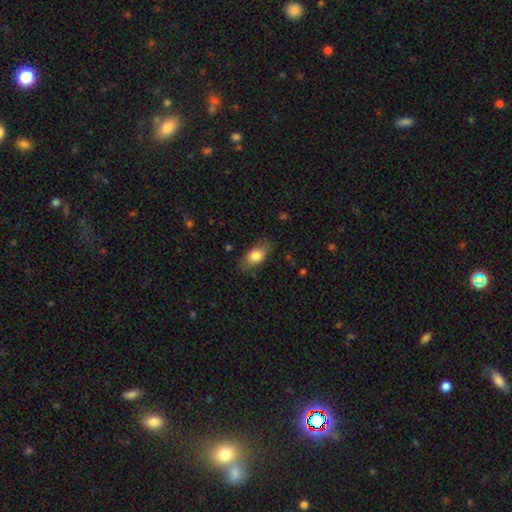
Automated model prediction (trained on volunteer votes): A smooth galaxy with no disk features (80%) that is in between round and cigar-shaped (85%). Merging: none (77%).